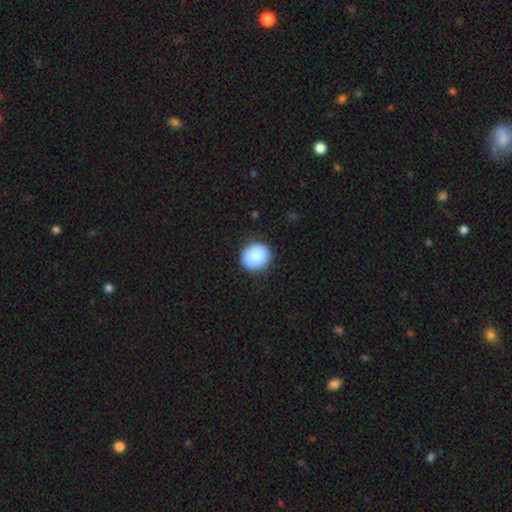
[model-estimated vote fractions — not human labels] This is clearly a smooth galaxy (88%). How rounded: likely round (77%). Merging: clearly none (86%).